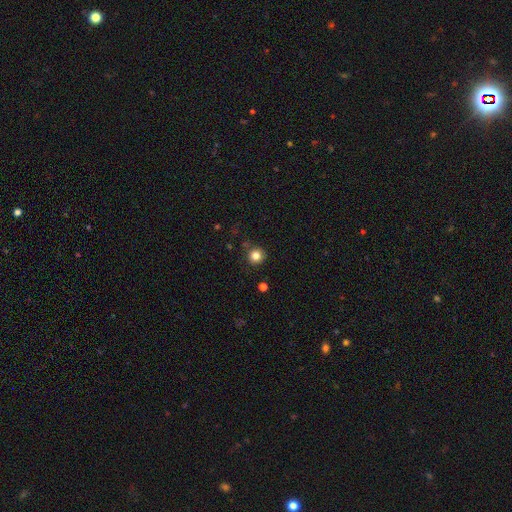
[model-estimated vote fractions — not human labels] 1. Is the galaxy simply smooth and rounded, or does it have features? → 82% smooth, 12% star or artifact, 5% featured or disk.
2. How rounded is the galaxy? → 94% round, 5% in between, 1% cigar-shaped.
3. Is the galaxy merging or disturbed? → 87% none, 8% minor disturbance, 2% major disturbance, 2% merger.